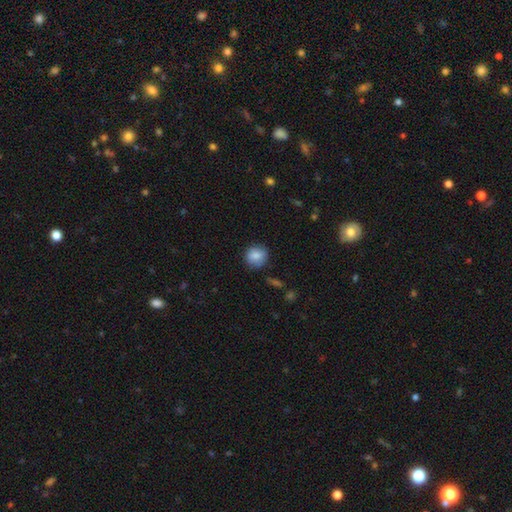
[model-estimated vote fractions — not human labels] smooth-or-featured: smooth: 85% | star or artifact: 8% | featured or disk: 7%
  how-rounded: round: 86% | in between: 13% | cigar-shaped: 1%
  merging: none: 80% | minor disturbance: 15% | major disturbance: 3% | merger: 2%